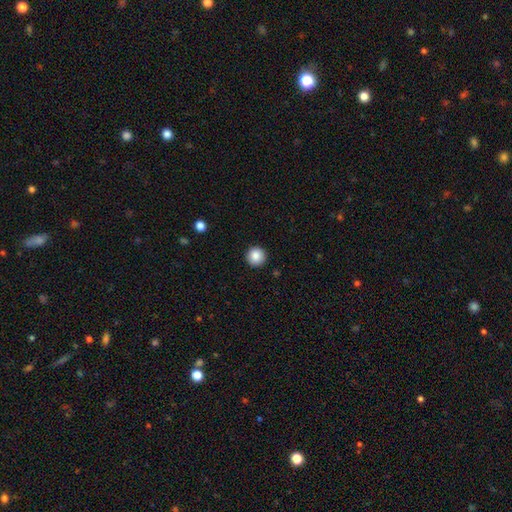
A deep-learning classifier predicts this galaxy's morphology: smooth 87%, star or artifact 9%, featured or disk 4%. Down the decision tree: how rounded — round (96%); merging — none (93%).